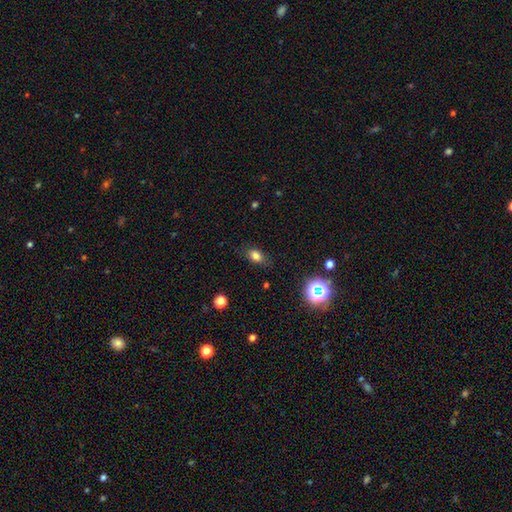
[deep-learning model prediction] smooth_or_featured: smooth (p=0.77) [alt: star or artifact p=0.14]
how_rounded: in between (p=0.75) [alt: round p=0.21]
merging: none (p=0.79) [alt: minor disturbance p=0.16]